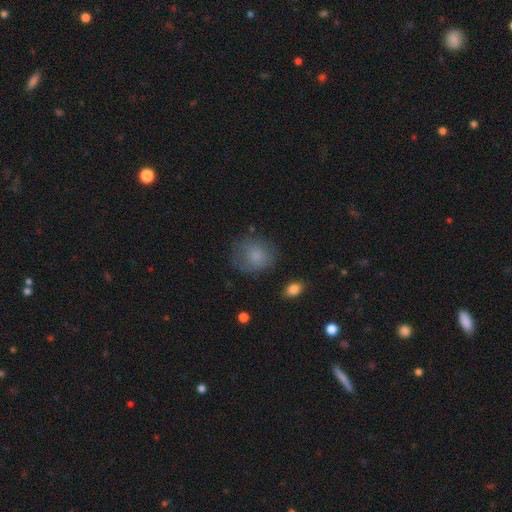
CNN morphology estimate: Smooth or featured?
  - smooth: 80% *
  - featured or disk: 11%
  - star or artifact: 9%
How rounded?
  - round: 73% *
  - in between: 26%
  - cigar-shaped: 1%
Merging?
  - none: 67% *
  - minor disturbance: 22%
  - major disturbance: 9%
  - merger: 2%